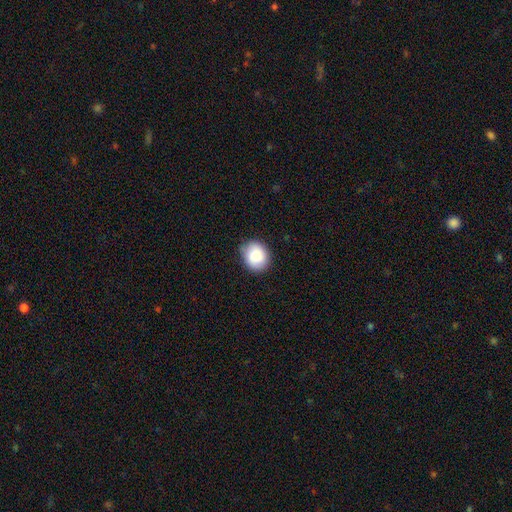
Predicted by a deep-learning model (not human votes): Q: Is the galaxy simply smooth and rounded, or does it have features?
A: smooth — 87%.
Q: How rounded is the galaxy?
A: round — 67%.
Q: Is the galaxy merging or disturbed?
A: none — 81%.